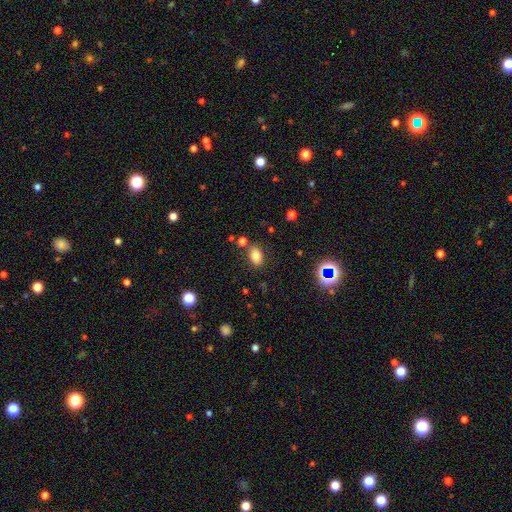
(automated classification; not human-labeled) Smooth or featured?
  - smooth: 79% *
  - star or artifact: 12%
  - featured or disk: 9%
How rounded?
  - in between: 87% *
  - round: 11%
  - cigar-shaped: 2%
Merging?
  - none: 78% *
  - minor disturbance: 11%
  - merger: 7%
  - major disturbance: 3%